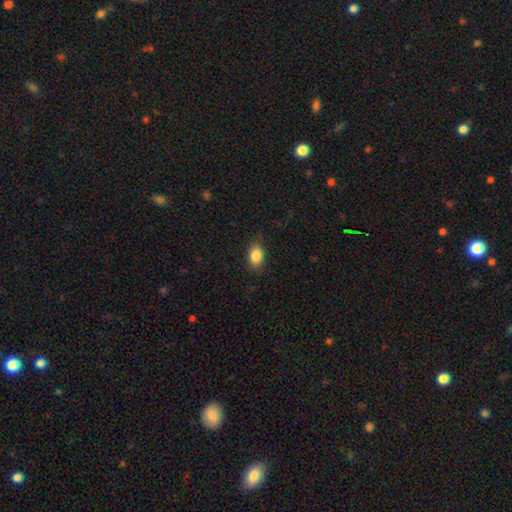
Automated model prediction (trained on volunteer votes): A smooth galaxy with no disk features (87%) that is in between round and cigar-shaped (86%).

Vote fractions:
- Smooth or featured? smooth: 87% / star or artifact: 8% / featured or disk: 5%
- How rounded? in between: 86% / round: 13% / cigar-shaped: 2%
- Merging? none: 81% / minor disturbance: 14% / major disturbance: 3% / merger: 1%